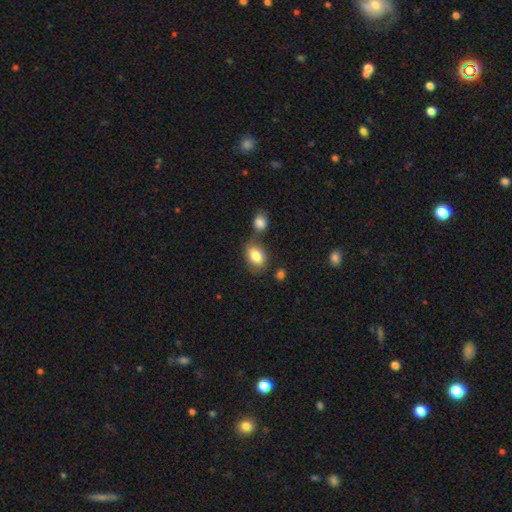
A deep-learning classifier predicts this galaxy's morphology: This is clearly a smooth galaxy (82%). How rounded: likely in between (75%). Merging: likely none (61%).